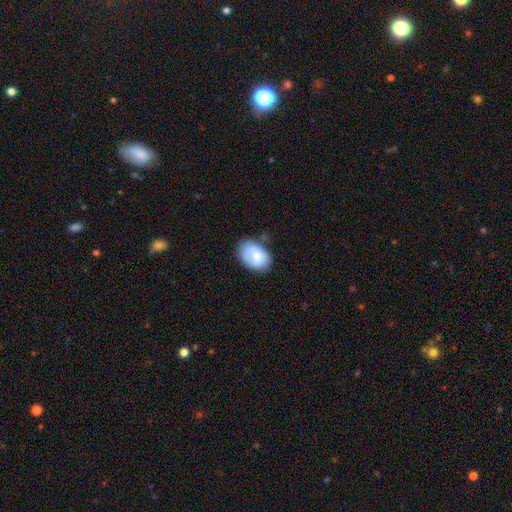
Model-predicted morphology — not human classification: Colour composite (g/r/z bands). It shows a smooth galaxy with no disk features (77%) that is in between round and cigar-shaped (84%). Merging: none (66%).